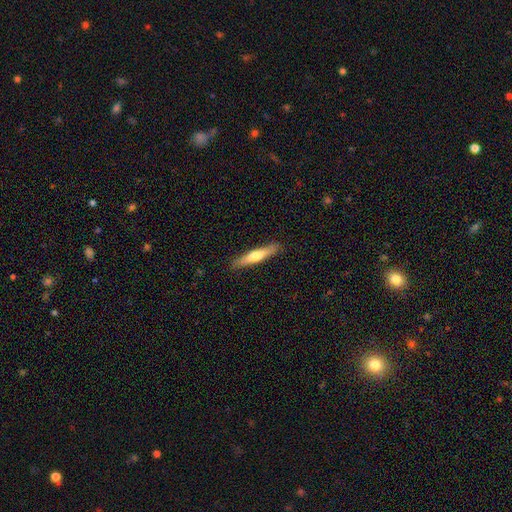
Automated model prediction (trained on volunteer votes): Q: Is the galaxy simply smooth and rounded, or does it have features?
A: smooth — 57%.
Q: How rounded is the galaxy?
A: cigar-shaped — 90%.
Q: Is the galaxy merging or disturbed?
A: none — 89%.